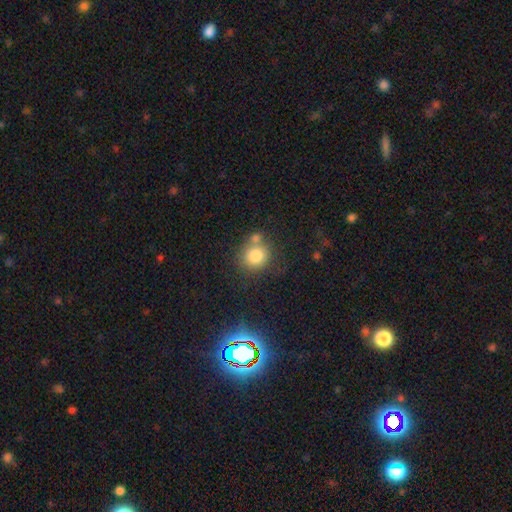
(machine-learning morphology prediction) type=smooth (81%); roundness=round (82%); merging=none (59%).